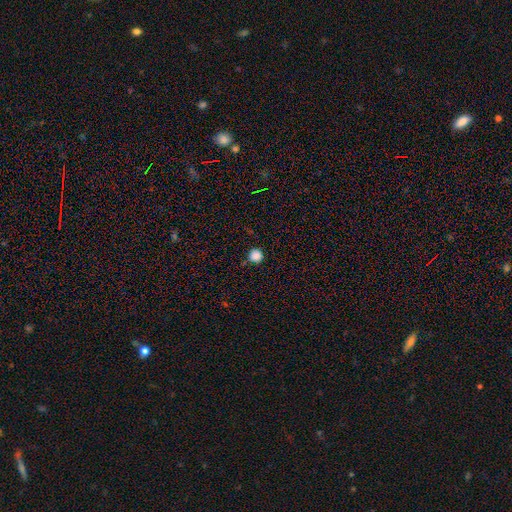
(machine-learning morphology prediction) Q: Smooth or featured?
A: smooth (85%); runner-up: star or artifact (12%)
Q: How rounded?
A: round (95%); runner-up: in between (4%)
Q: Merging?
A: none (87%); runner-up: minor disturbance (8%)